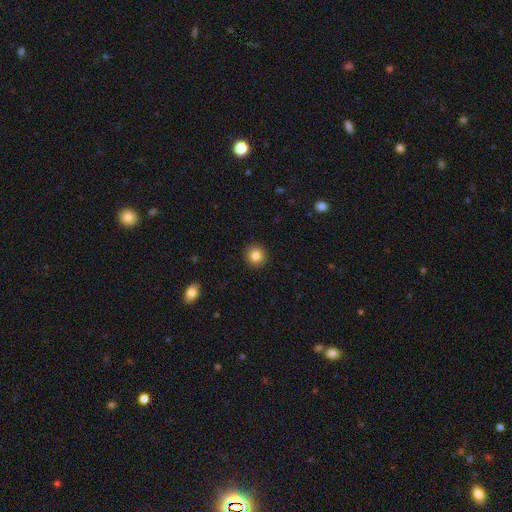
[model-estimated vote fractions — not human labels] smooth_or_featured: smooth (p=0.84) [alt: star or artifact p=0.10]
how_rounded: round (p=0.94) [alt: in between p=0.05]
merging: none (p=0.93) [alt: minor disturbance p=0.05]